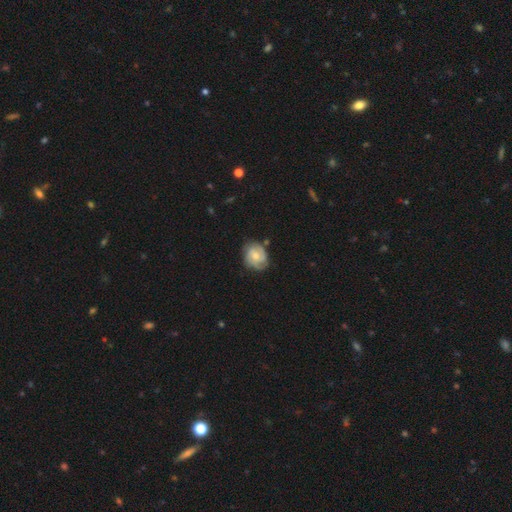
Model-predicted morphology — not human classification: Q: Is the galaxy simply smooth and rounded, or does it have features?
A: featured or disk — 59%.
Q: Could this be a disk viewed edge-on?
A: no — 97%.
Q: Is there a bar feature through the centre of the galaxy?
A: no — 66%.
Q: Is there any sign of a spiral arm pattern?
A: yes — 87%.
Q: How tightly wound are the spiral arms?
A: tight — 54%.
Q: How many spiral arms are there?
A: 2 — 34%.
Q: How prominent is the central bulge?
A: moderate — 52%.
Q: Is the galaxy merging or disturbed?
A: none — 67%.